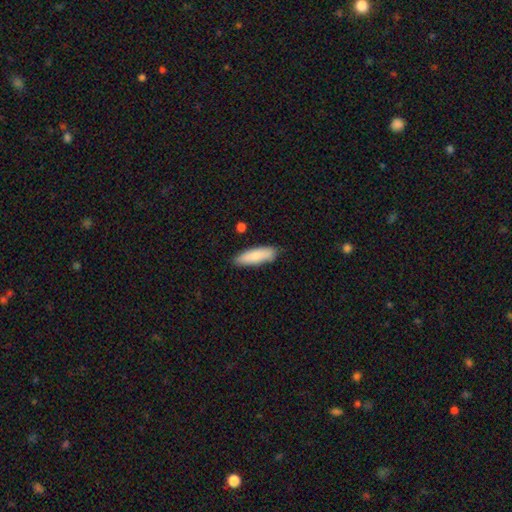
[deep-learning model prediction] Smooth or featured: smooth — 85% (featured or disk — 9%)
How rounded: cigar-shaped — 54% (in between — 44%)
Merging: none — 84% (minor disturbance — 13%)